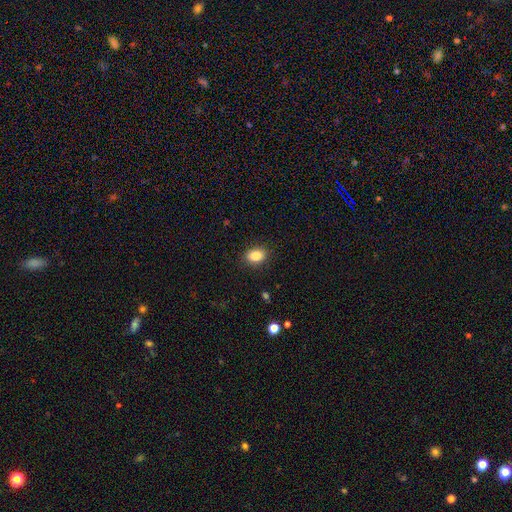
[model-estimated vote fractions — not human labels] Smooth or featured? smooth (88%)
How rounded? in between (77%)
Merging? none (87%)